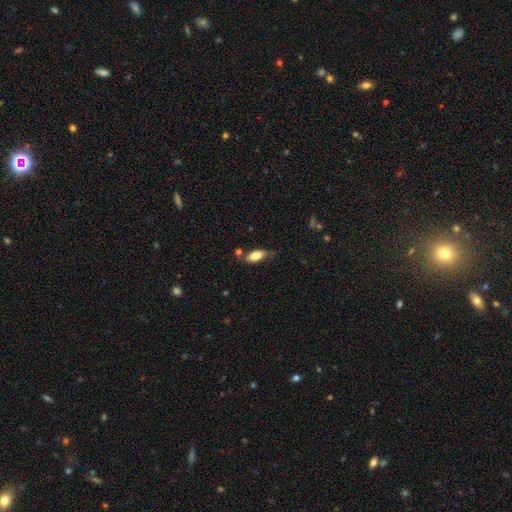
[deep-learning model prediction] Overall: smooth (79%). How rounded: in between (86%). Merging: none (64%).